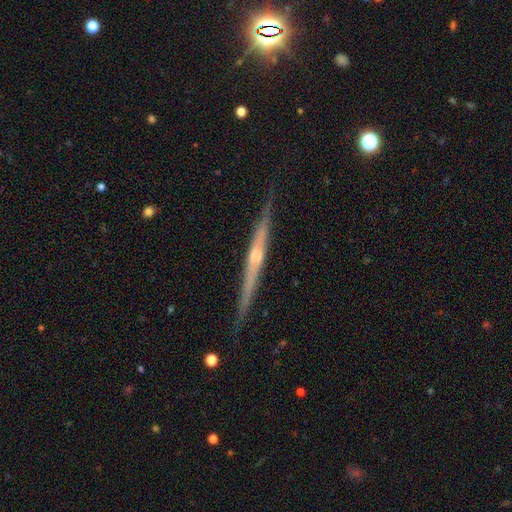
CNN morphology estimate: A featured or disk galaxy (76%) viewed edge-on (98%) with a rounded central bulge (56%). Merging: none (86%).